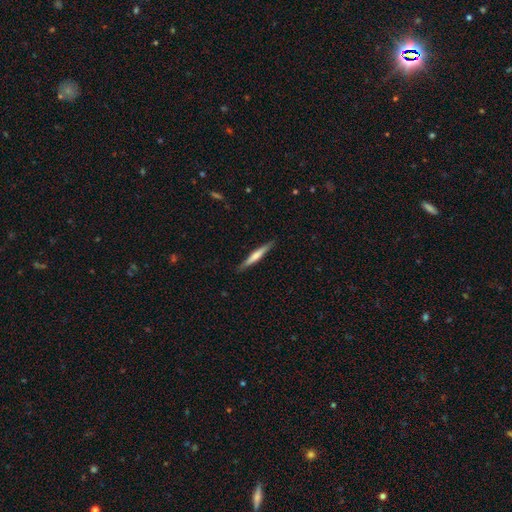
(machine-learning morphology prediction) smooth 49%, featured or disk 46%, star or artifact 5%. Down the decision tree: merging — none (89%).